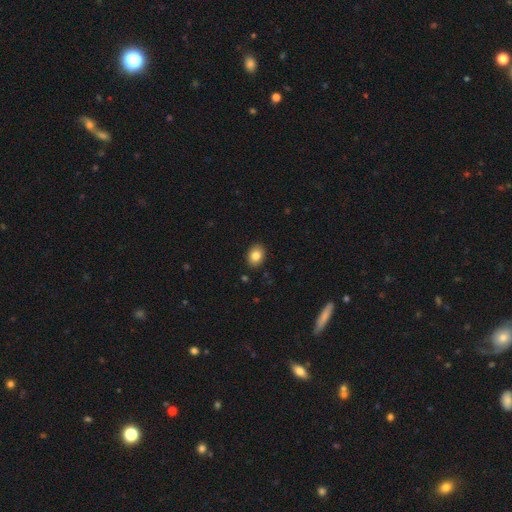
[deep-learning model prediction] Q: Smooth or featured?
A: smooth (83%); runner-up: star or artifact (9%)
Q: How rounded?
A: in between (68%); runner-up: round (31%)
Q: Merging?
A: none (89%); runner-up: minor disturbance (8%)